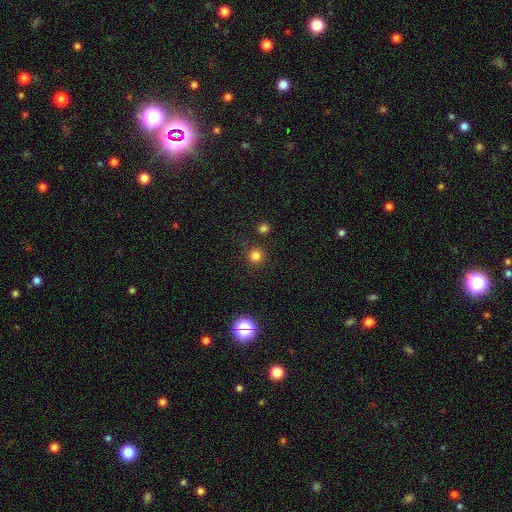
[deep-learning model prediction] Smooth or featured: smooth — 79% (star or artifact — 17%)
How rounded: round — 95% (in between — 4%)
Merging: none — 86% (minor disturbance — 7%)